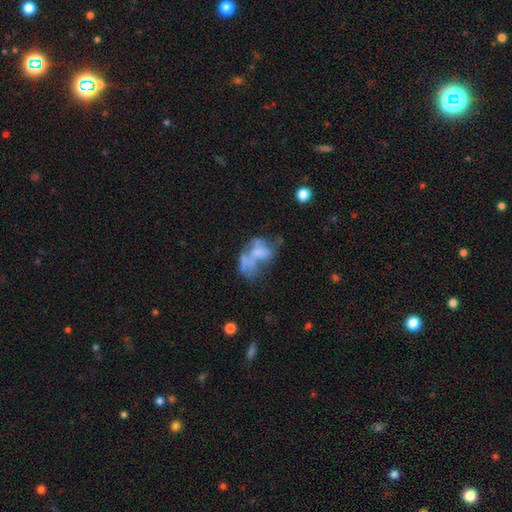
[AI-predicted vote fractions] Q: Smooth or featured?
A: featured or disk (53%); runner-up: smooth (32%)
Q: Edge-on disk?
A: no (97%); runner-up: yes (3%)
Q: Bar?
A: no (89%); runner-up: weak (9%)
Q: Spiral arms?
A: no (91%); runner-up: yes (9%)
Q: Bulge size?
A: none (63%); runner-up: moderate (16%)
Q: Merging?
A: major disturbance (32%); runner-up: merger (30%)